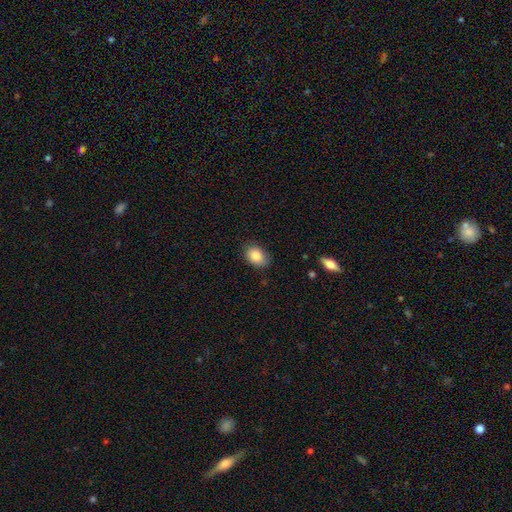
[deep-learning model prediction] A smooth galaxy with no disk features (86%) that is in between round and cigar-shaped (74%). Merging: none (78%).